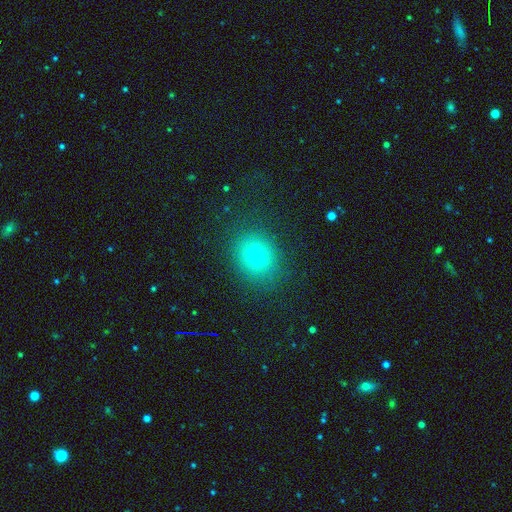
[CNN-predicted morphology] smooth-or-featured: smooth: 72% | star or artifact: 17% | featured or disk: 11%
  how-rounded: round: 69% | in between: 30% | cigar-shaped: 1%
  merging: none: 85% | minor disturbance: 9% | major disturbance: 4% | merger: 1%